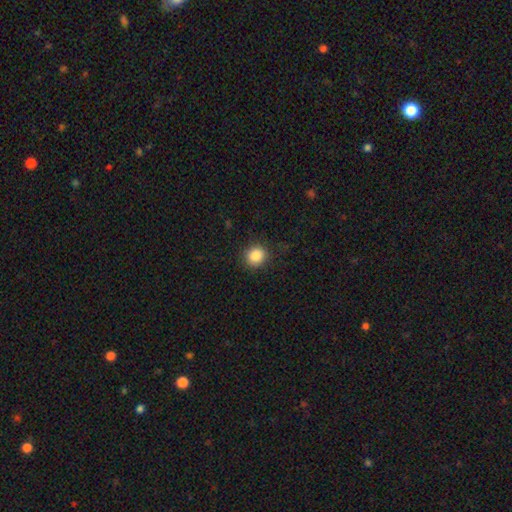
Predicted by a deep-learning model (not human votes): The model was most divided on "how rounded": round: 84%, in between: 15%, cigar-shaped: 1%. More confident: merging — none (88%); smooth or featured — smooth (87%).